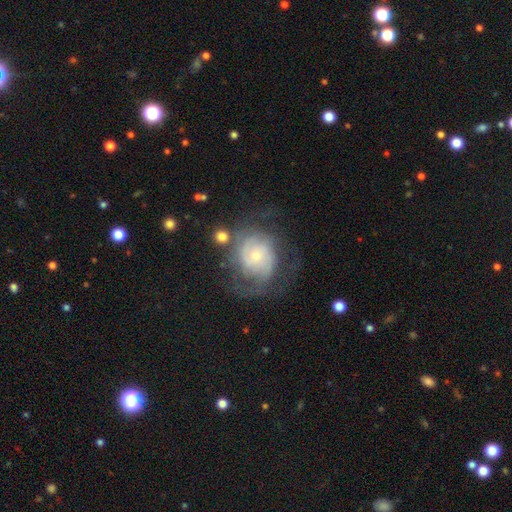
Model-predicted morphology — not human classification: featured or disk 73%, smooth 20%, star or artifact 7%. Down the decision tree: edge-on disk — no (98%); bar — no (73%); spiral arms — yes (86%); spiral arm count — can't tell (39%); spiral winding — tight (49%); bulge size — small (70%); merging — none (53%).